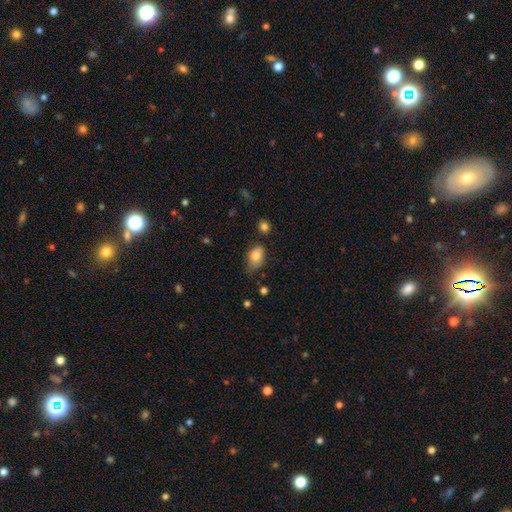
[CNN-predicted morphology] A smooth galaxy with no disk features (80%) that is in between round and cigar-shaped (84%).

Vote fractions:
- Smooth or featured? smooth: 80% / featured or disk: 12% / star or artifact: 8%
- How rounded? in between: 84% / round: 15% / cigar-shaped: 2%
- Merging? none: 47% / minor disturbance: 40% / major disturbance: 10% / merger: 3%